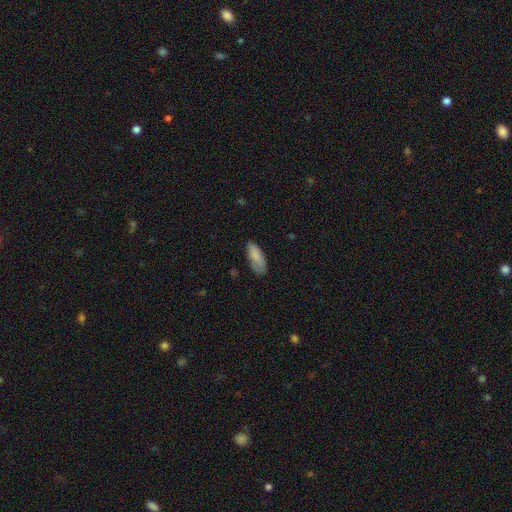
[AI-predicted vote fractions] A smooth galaxy with no disk features (86%) that is in between round and cigar-shaped (79%).

Vote fractions:
- Smooth or featured? smooth: 86% / featured or disk: 8% / star or artifact: 6%
- How rounded? in between: 79% / cigar-shaped: 20% / round: 2%
- Merging? none: 72% / minor disturbance: 22% / major disturbance: 5% / merger: 1%